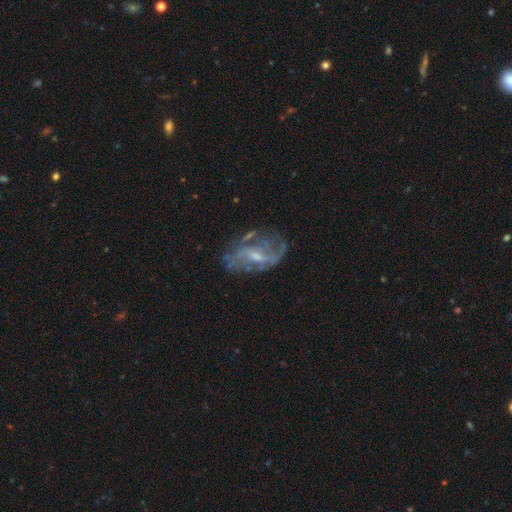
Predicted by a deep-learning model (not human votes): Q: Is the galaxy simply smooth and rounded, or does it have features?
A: featured or disk — 77%.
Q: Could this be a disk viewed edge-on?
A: no — 95%.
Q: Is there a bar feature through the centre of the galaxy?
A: weak — 50%.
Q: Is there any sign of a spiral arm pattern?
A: yes — 76%.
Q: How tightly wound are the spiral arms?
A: loose — 42%.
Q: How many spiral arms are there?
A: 2 — 40%.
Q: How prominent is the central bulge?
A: small — 48%.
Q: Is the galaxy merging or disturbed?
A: none — 58%.